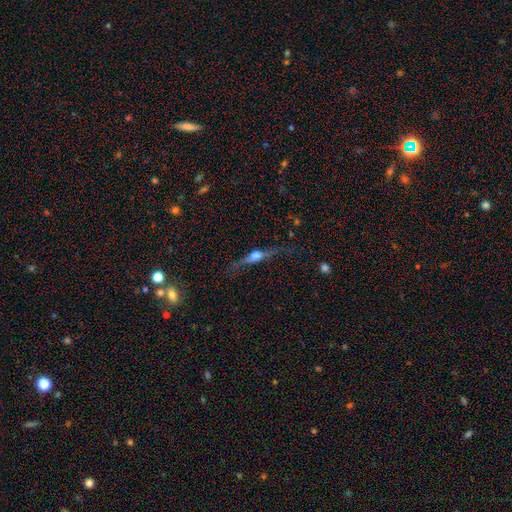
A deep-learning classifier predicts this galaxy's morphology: Smooth or featured: featured or disk — 64% (smooth — 28%)
Edge-on disk: yes — 94% (no — 6%)
Edge-on bulge: rounded — 91% (boxy — 6%)
Merging: none — 75% (minor disturbance — 16%)